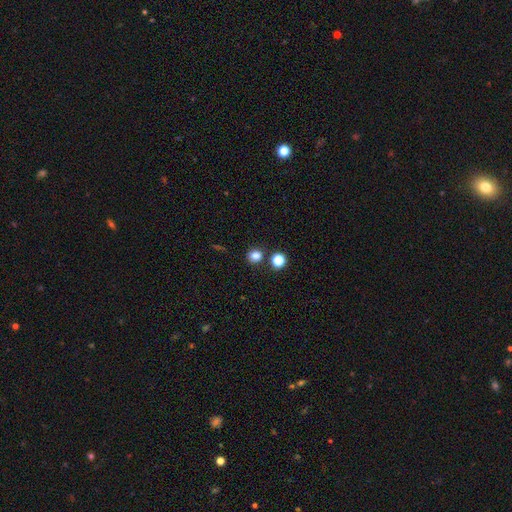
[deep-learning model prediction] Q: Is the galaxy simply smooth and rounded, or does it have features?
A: smooth — 80%.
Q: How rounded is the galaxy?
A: round — 79%.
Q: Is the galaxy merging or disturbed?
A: none — 78%.